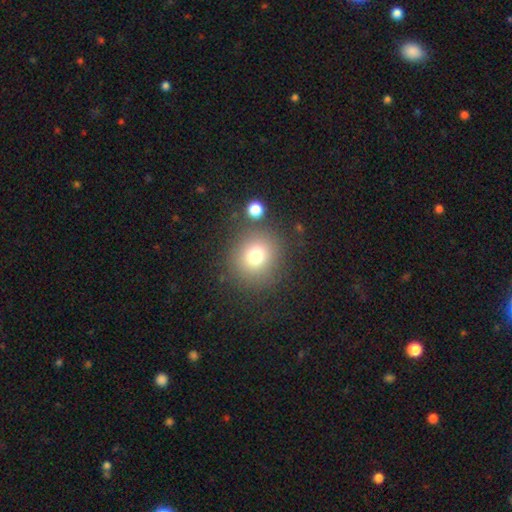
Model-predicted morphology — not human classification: This appears to be a smooth galaxy with no disk features (76%) that is round (89%). Merging: none (80%).